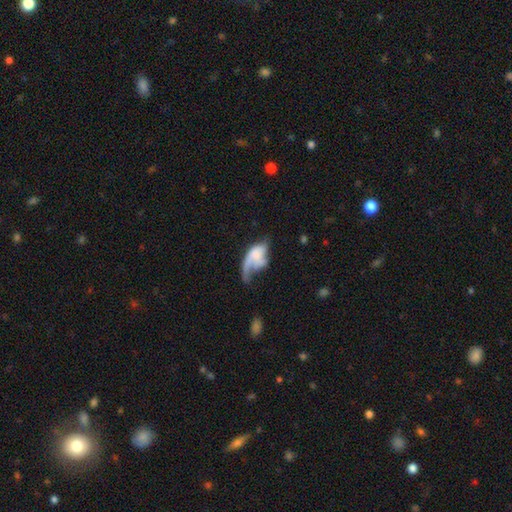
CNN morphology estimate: Smooth or featured? featured or disk (53%)
Edge-on disk? no (95%)
Bar? no (74%)
Spiral arms? yes (59%)
Bulge size? none (50%)
Merging? major disturbance (51%)